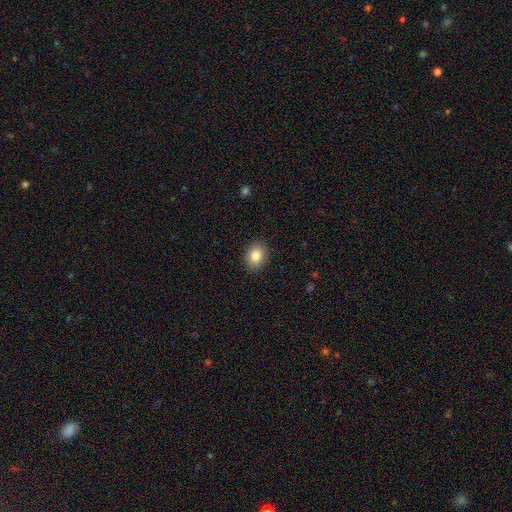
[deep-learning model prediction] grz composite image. It shows a smooth galaxy with no disk features (83%) that is in between round and cigar-shaped (51%). Merging: none (90%).